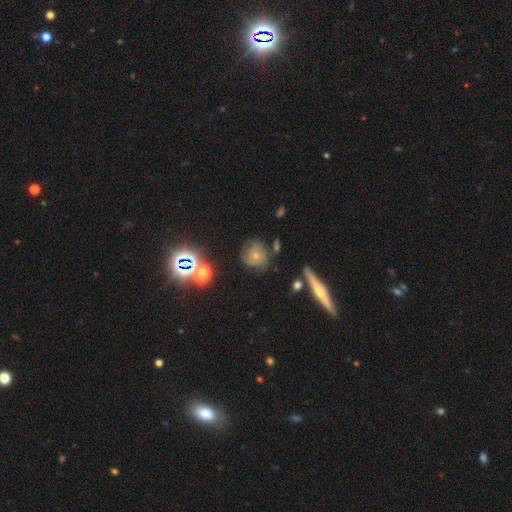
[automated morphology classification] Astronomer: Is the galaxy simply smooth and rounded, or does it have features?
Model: smooth — 50% (runner-up: featured or disk, 33%).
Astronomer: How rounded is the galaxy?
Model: round — 79%.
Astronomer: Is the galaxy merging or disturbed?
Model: none — 61%.